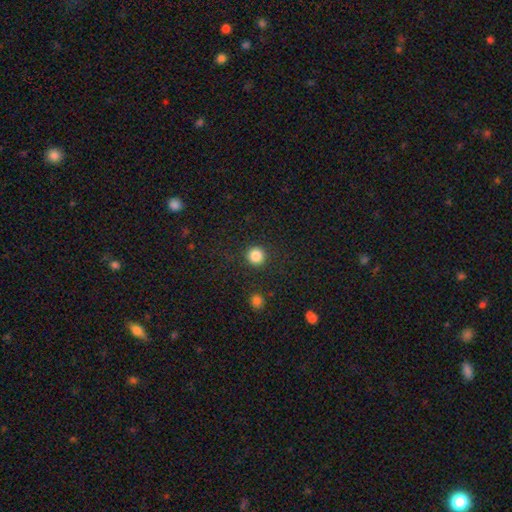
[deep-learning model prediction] smooth 85%, star or artifact 11%, featured or disk 4%. Down the decision tree: how rounded — round (94%); merging — none (91%).